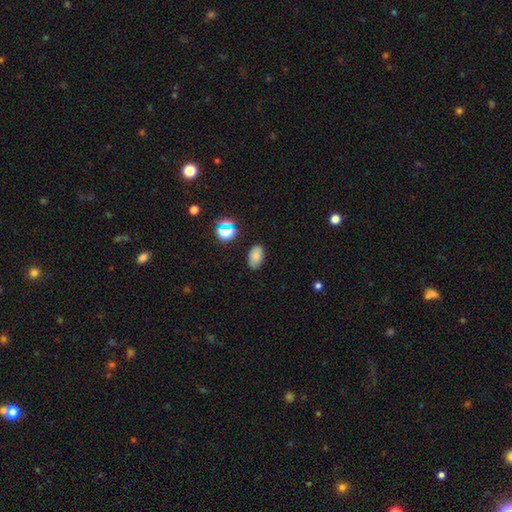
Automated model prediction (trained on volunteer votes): A smooth galaxy with no disk features (76%) that is in between round and cigar-shaped (90%). Merging: none (81%).